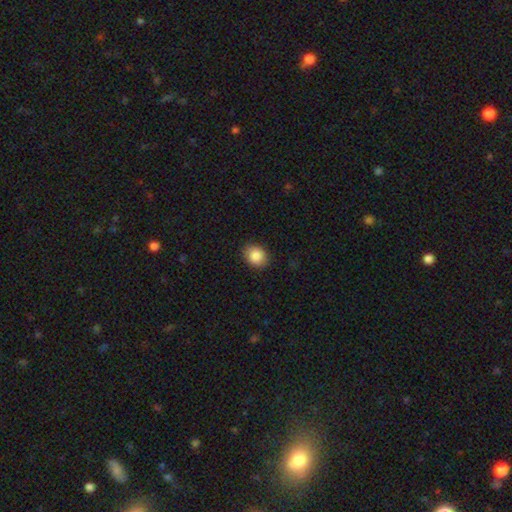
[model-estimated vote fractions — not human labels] Smooth or featured? smooth (87%)
How rounded? round (50%)
Merging? none (87%)